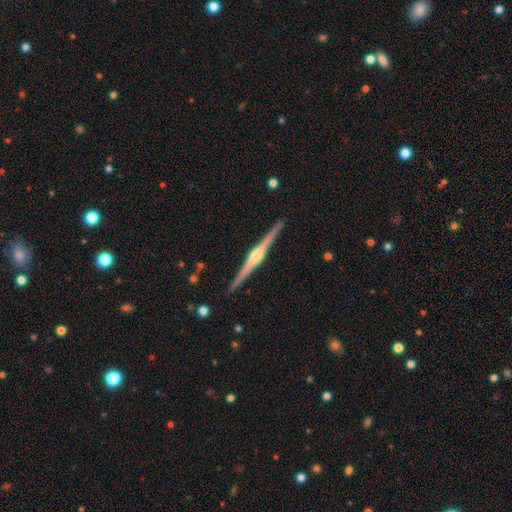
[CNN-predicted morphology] Smooth or featured: featured or disk — 86% (smooth — 10%)
Edge-on disk: yes — 99% (no — 1%)
Edge-on bulge: rounded — 86% (boxy — 9%)
Merging: none — 92% (minor disturbance — 6%)